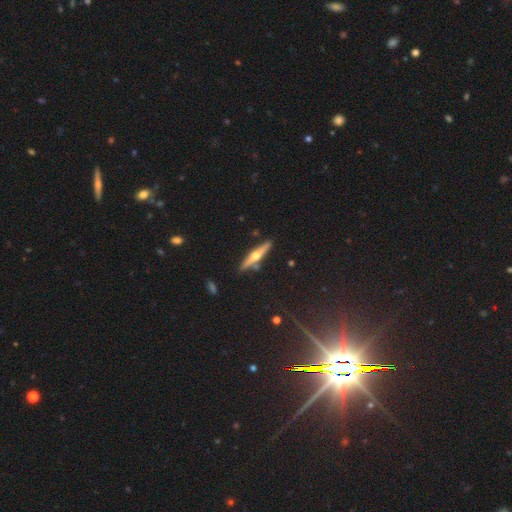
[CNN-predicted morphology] This appears to be a featured or disk galaxy (67%) viewed edge-on (96%) with a rounded central bulge (94%). Merging: none (86%).